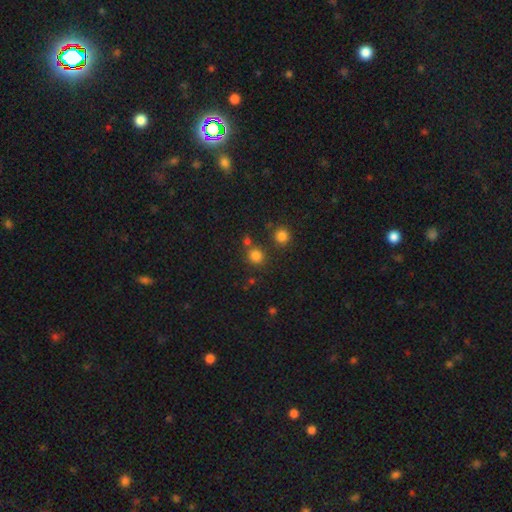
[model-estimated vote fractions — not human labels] Smooth or featured?
  - smooth: 80% *
  - star or artifact: 16%
  - featured or disk: 5%
How rounded?
  - round: 86% *
  - in between: 13%
  - cigar-shaped: 1%
Merging?
  - none: 75% *
  - merger: 13%
  - minor disturbance: 9%
  - major disturbance: 4%